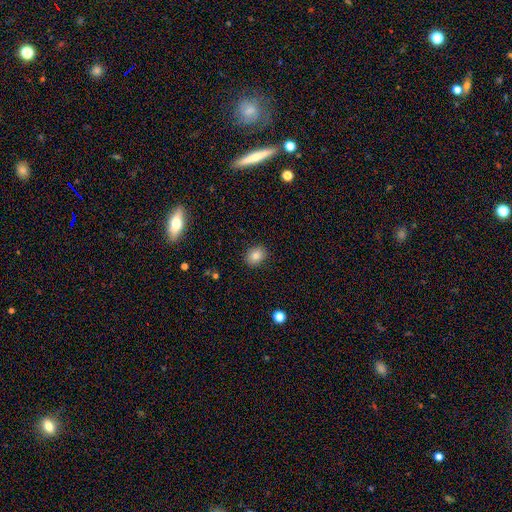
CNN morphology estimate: type=smooth (81%); roundness=round (57%); merging=none (89%).